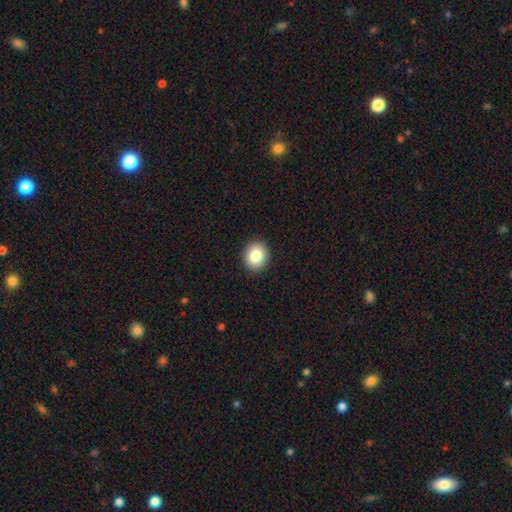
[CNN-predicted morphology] Smooth or featured? smooth (83%)
How rounded? round (67%)
Merging? none (92%)